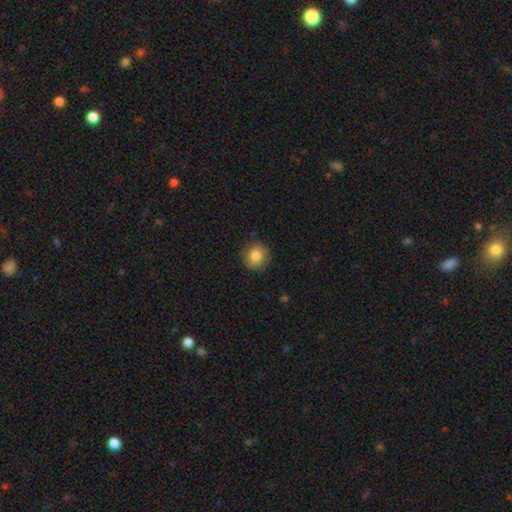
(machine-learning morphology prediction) Smooth or featured? Predicted: smooth (p=0.82). How rounded? Predicted: round (p=0.91). Merging? Predicted: none (p=0.88).